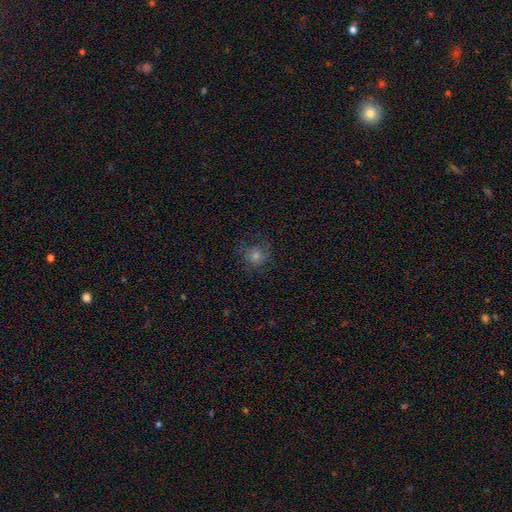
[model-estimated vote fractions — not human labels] This is possibly a smooth galaxy (53%). How rounded: clearly round (85%). Merging: likely none (70%).